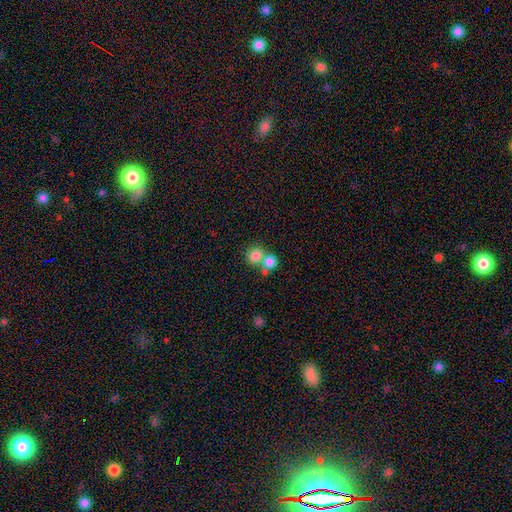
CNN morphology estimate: A smooth galaxy with no disk features (79%) that is round (78%). Merging: merger (48%).